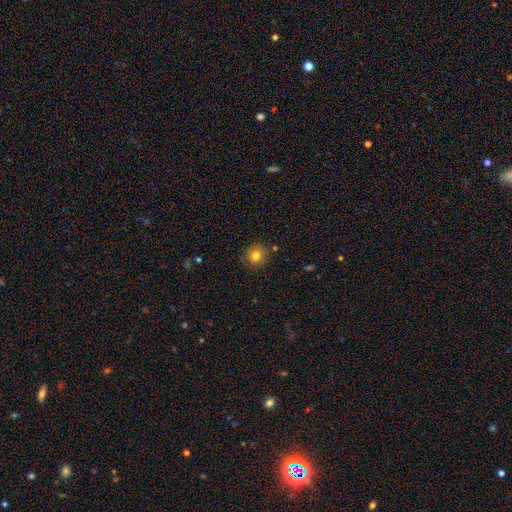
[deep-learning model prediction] Q: Smooth or featured?
A: smooth (80%); runner-up: star or artifact (11%)
Q: How rounded?
A: round (89%); runner-up: in between (10%)
Q: Merging?
A: none (87%); runner-up: minor disturbance (9%)